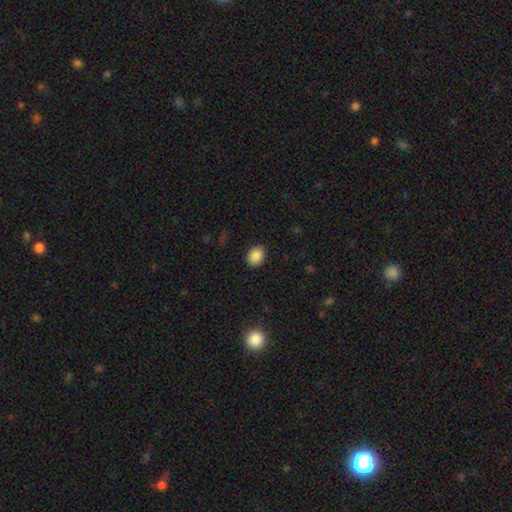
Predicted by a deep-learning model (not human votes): smooth_or_featured: smooth (p=0.87) [alt: star or artifact p=0.08]
how_rounded: in between (p=0.62) [alt: round p=0.37]
merging: none (p=0.89) [alt: minor disturbance p=0.08]